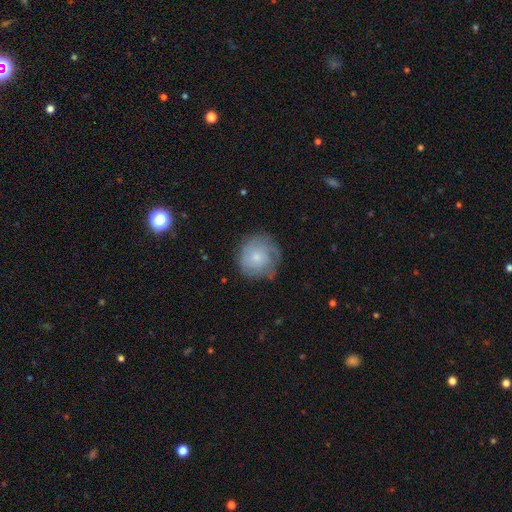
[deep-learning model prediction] smooth_or_featured: smooth (p=0.50) [alt: featured or disk p=0.41]
merging: none (p=0.69) [alt: minor disturbance p=0.21]